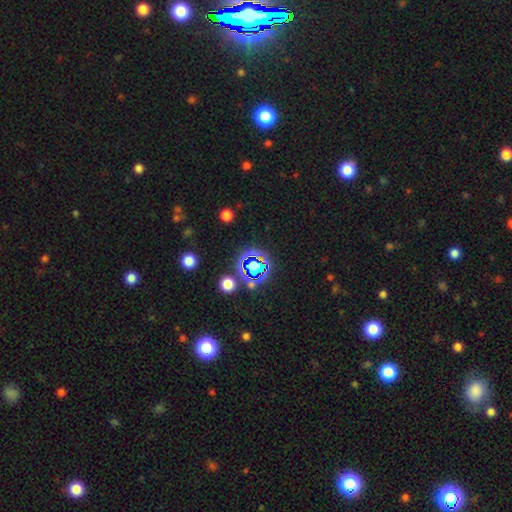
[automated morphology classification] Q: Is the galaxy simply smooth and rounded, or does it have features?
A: star or artifact — 72%.